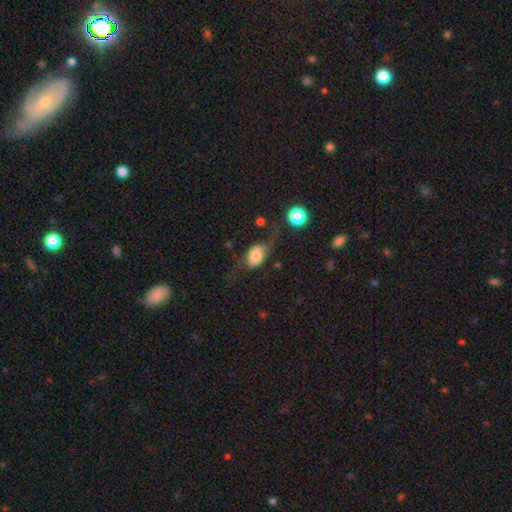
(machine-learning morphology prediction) A smooth galaxy with no disk features (62%) that is in between round and cigar-shaped (83%).

Vote fractions:
- Smooth or featured? smooth: 62% / featured or disk: 29% / star or artifact: 9%
- How rounded? in between: 83% / round: 15% / cigar-shaped: 2%
- Merging? none: 39% / major disturbance: 31% / minor disturbance: 24% / merger: 6%